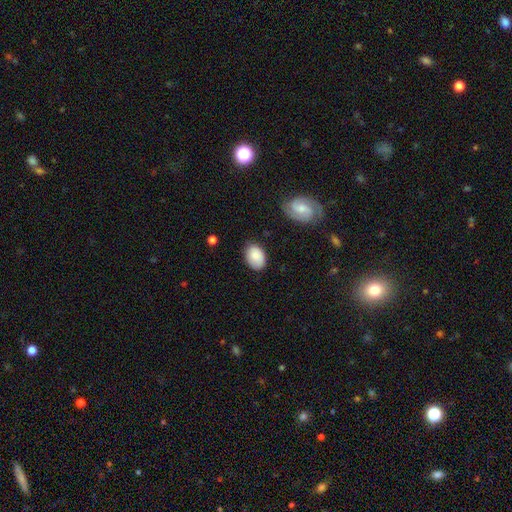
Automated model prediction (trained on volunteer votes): smooth-or-featured: smooth: 84% | featured or disk: 10% | star or artifact: 7%
  how-rounded: in between: 79% | round: 20% | cigar-shaped: 1%
  merging: none: 75% | minor disturbance: 19% | major disturbance: 4% | merger: 2%